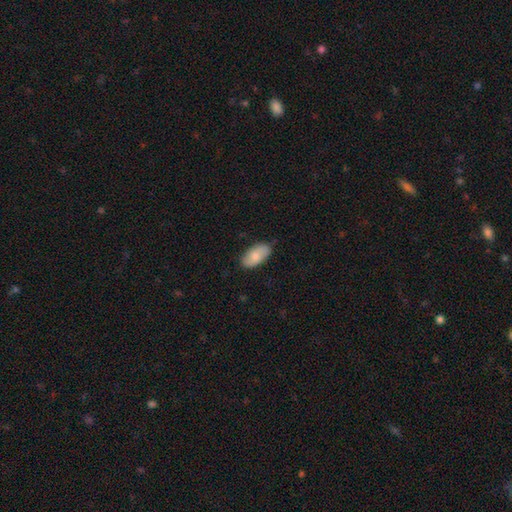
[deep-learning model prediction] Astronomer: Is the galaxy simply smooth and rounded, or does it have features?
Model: smooth — 75%.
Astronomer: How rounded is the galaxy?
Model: in between — 94%.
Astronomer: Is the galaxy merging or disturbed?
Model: none — 82%.